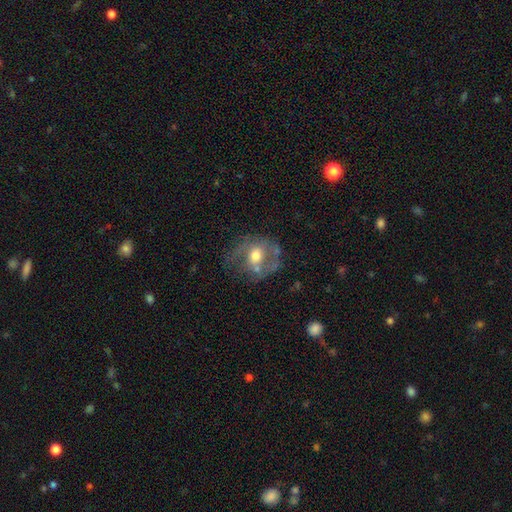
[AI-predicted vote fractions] This is possibly a featured or disk galaxy (58%). It is clearly not viewed edge-on (95%). Bar: likely no (60%). Spiral arm pattern: possibly no (54%). Central bulge: likely moderate (73%). Merging: possibly none (51%).